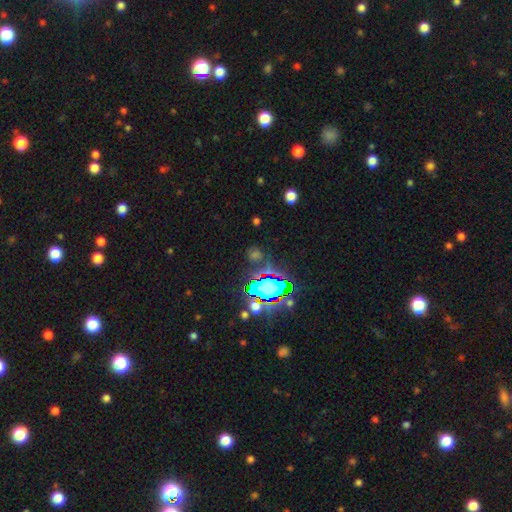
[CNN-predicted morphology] The model was most divided on "smooth or featured": star or artifact: 61%, smooth: 26%, featured or disk: 13%.